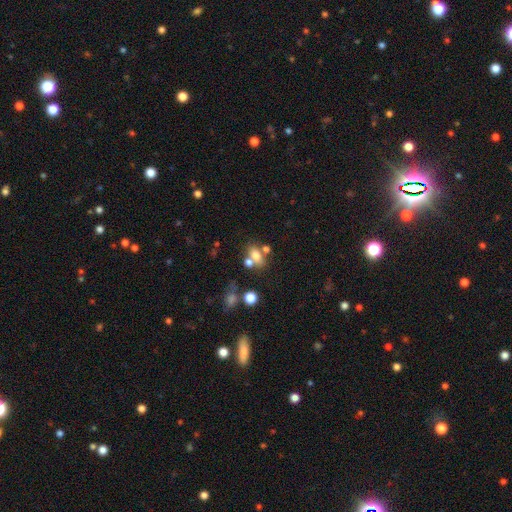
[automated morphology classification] Smooth or featured: smooth — 70% (featured or disk — 17%)
How rounded: in between — 76% (round — 20%)
Merging: none — 44% (merger — 37%)